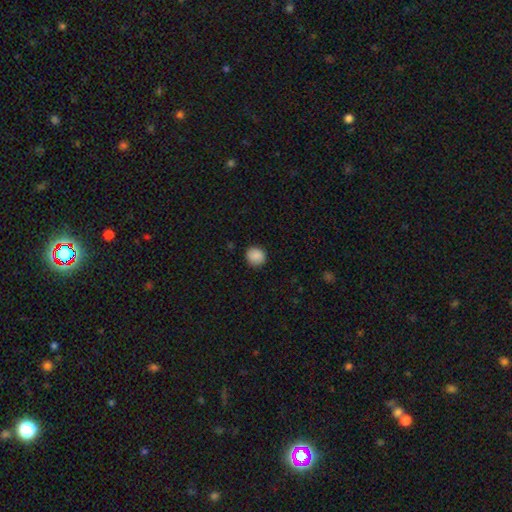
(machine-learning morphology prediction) A smooth galaxy with no disk features (89%) that is round (88%). Merging: none (90%).